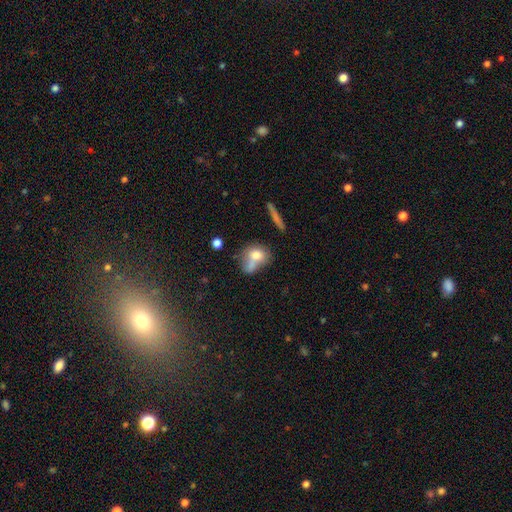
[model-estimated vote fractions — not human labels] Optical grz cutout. It shows a smooth galaxy with no disk features (71%) that is in between round and cigar-shaped (53%). Merging: merger (38%).